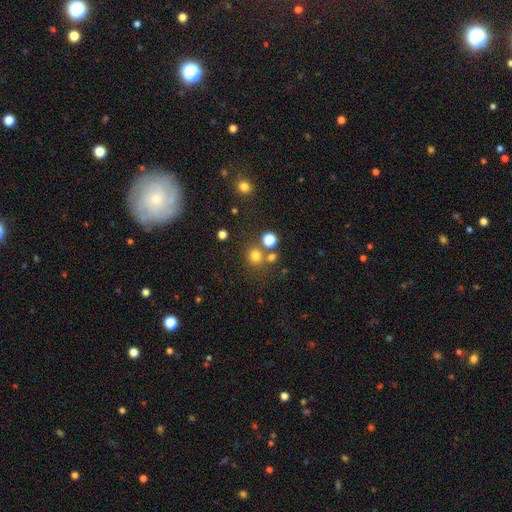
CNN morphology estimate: A smooth galaxy with no disk features (74%) that is round (88%). Merging: none (69%).